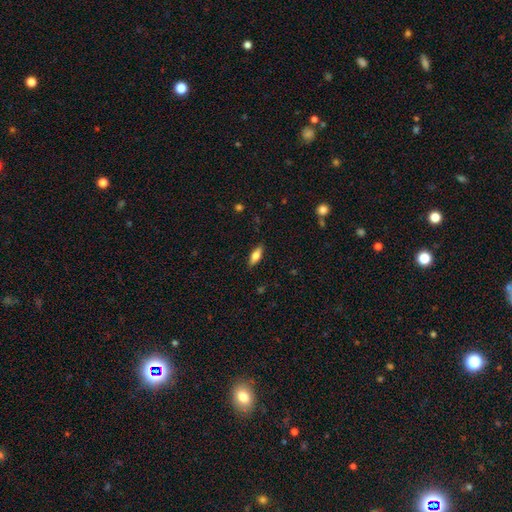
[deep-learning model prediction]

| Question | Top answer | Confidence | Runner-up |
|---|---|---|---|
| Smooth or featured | smooth | 65% | featured or disk (28%) |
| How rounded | in between | 64% | cigar-shaped (34%) |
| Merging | none | 87% | minor disturbance (10%) |